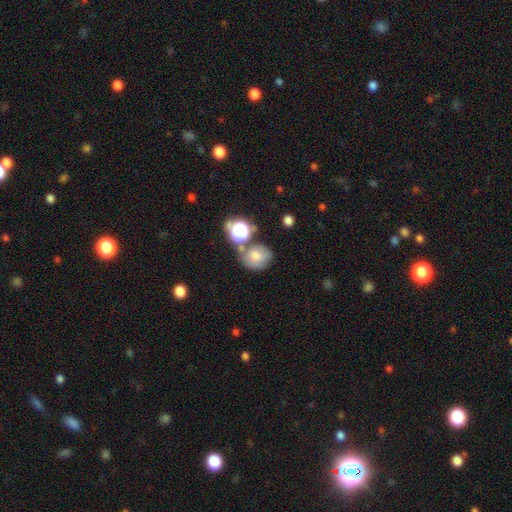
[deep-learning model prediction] This appears to be a smooth galaxy with no disk features (56%) that is round (74%). Merging: none (63%).